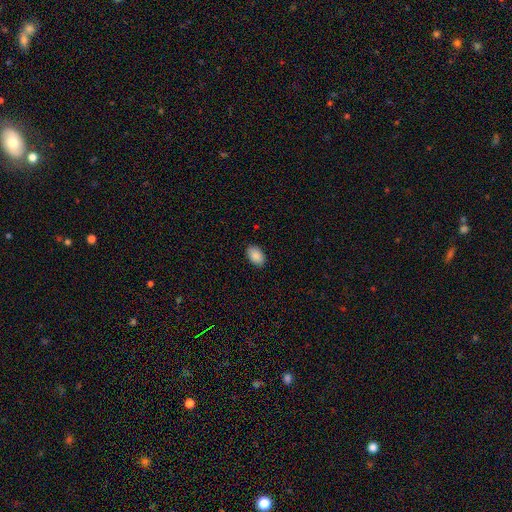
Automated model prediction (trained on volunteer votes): Q: Smooth or featured?
A: smooth (88%); runner-up: star or artifact (7%)
Q: How rounded?
A: in between (91%); runner-up: round (7%)
Q: Merging?
A: none (88%); runner-up: minor disturbance (9%)